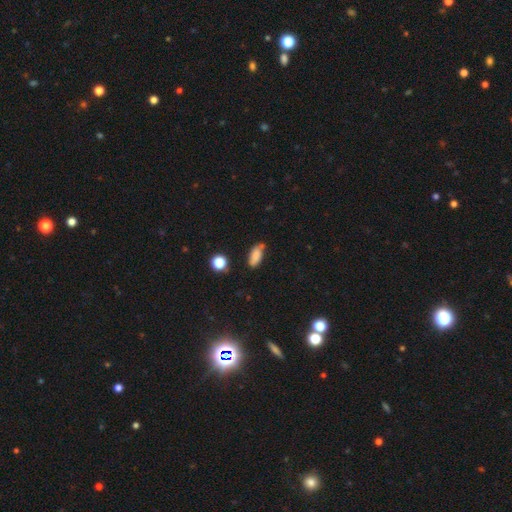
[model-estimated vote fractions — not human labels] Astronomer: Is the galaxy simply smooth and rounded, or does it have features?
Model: smooth — 80%.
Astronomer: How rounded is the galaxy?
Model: in between — 79%.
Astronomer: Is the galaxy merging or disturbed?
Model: none — 62%.